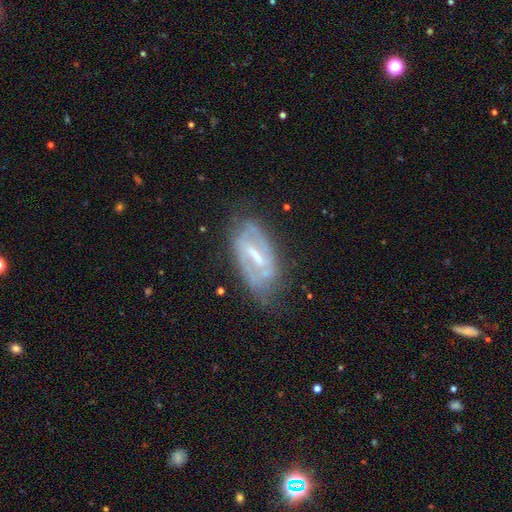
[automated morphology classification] smooth-or-featured: featured or disk: 78% | smooth: 15% | star or artifact: 7%
  disk-edge-on: no: 91% | yes: 9%
    bar: strong: 58% | weak: 33% | no: 9%
    has-spiral-arms: yes: 71% | no: 29%
      spiral-winding: tight: 42% | medium: 40% | loose: 18%
      spiral-arm-count: 2: 62% | can't tell: 28% | 1: 4% | 3: 3% | 4: 1% | more than 4: 1%
    bulge-size: small: 42% | moderate: 37% | none: 15% | large: 4% | dominant: 1%
  merging: none: 62% | minor disturbance: 24% | major disturbance: 11% | merger: 2%